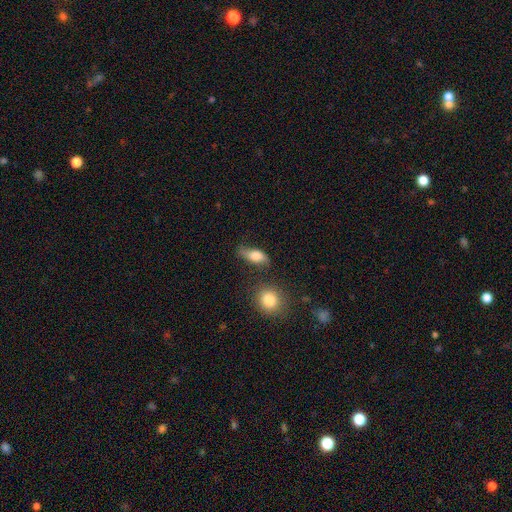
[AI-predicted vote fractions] Morphology: type=smooth (72%); roundness=in between (77%); merging=none (55%).